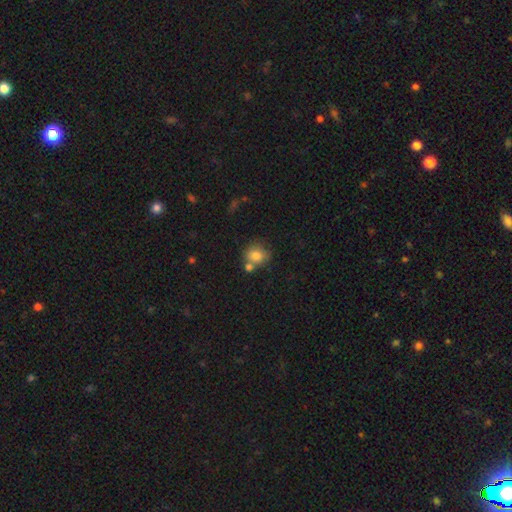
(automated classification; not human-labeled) Smooth or featured? Predicted: smooth (p=0.80). How rounded? Predicted: round (p=0.73). Merging? Predicted: none (p=0.53).